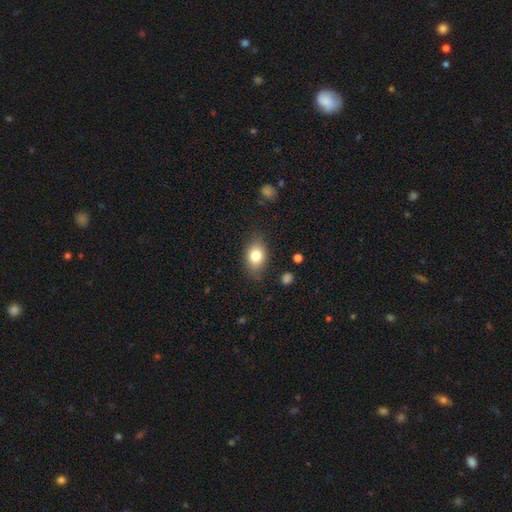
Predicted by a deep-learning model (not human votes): Smooth or featured? smooth (79%)
How rounded? in between (78%)
Merging? none (81%)